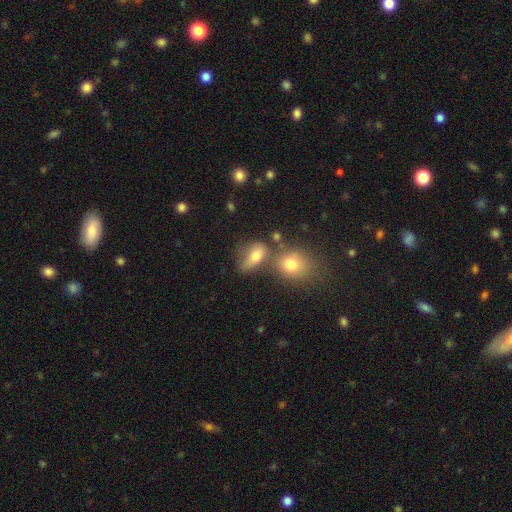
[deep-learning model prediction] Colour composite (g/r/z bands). It shows a smooth galaxy with no disk features (72%) that is in between round and cigar-shaped (74%). Merging: none (44%).